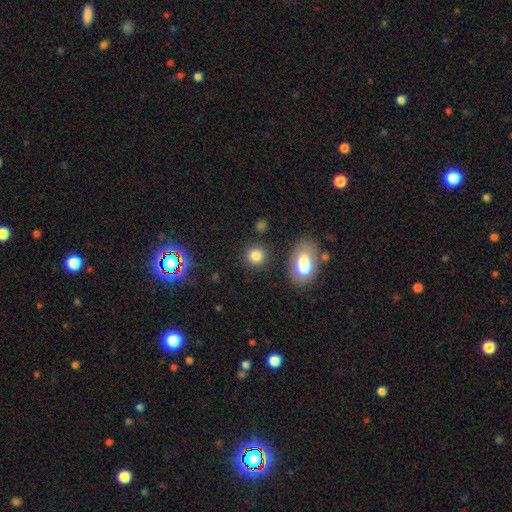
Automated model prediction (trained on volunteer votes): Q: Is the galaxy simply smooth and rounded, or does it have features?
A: smooth — 81%.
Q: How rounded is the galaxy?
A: round — 85%.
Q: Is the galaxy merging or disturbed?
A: none — 82%.